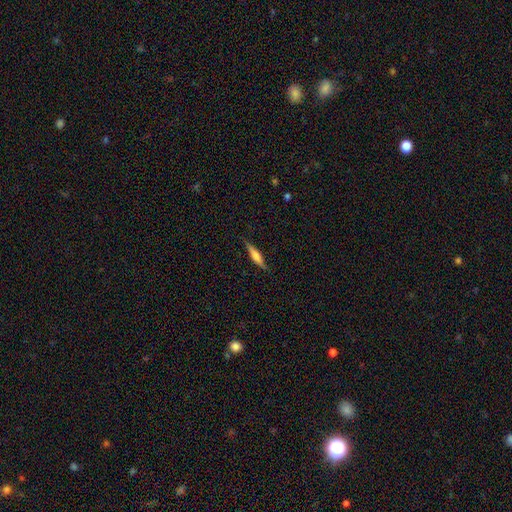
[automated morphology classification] This appears to be a featured or disk galaxy (51%) viewed edge-on (95%). Merging: none (84%).